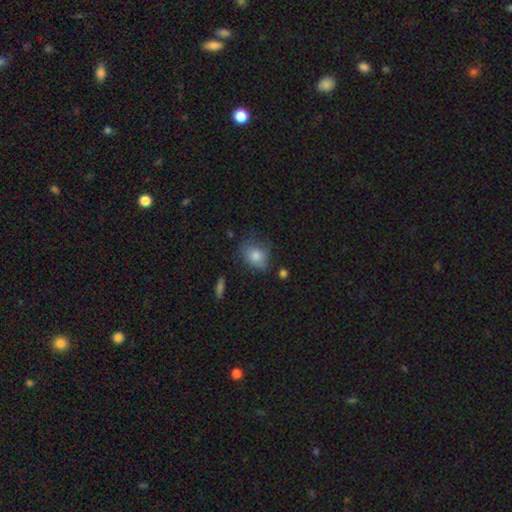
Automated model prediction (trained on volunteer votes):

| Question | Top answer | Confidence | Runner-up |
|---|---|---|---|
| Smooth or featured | smooth | 78% | featured or disk (13%) |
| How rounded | in between | 56% | round (43%) |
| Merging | none | 57% | minor disturbance (30%) |